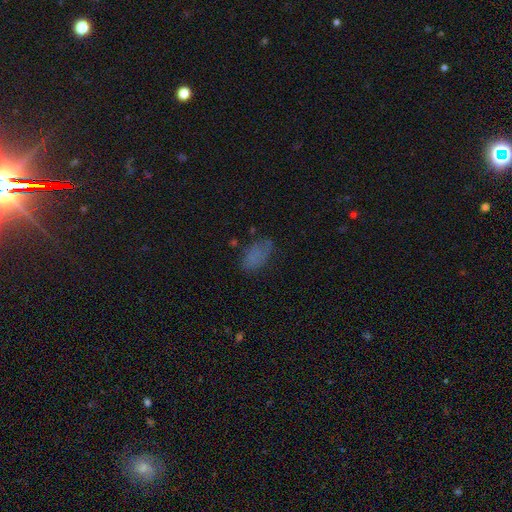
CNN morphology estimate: This is likely a smooth galaxy (74%). How rounded: clearly in between (92%). Merging: likely none (65%).